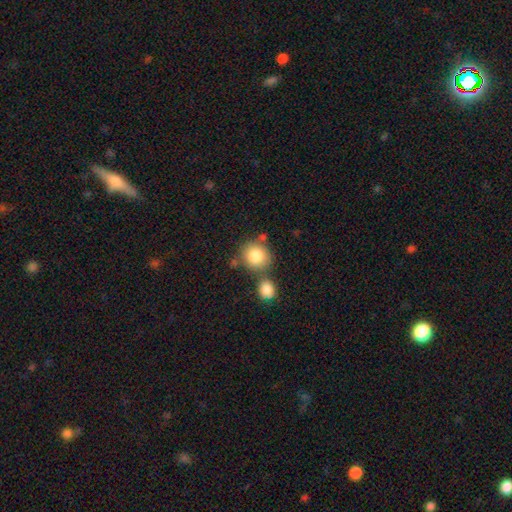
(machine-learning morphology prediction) Overall: smooth (84%). How rounded: round (84%). Merging: none (61%; merger 23%).